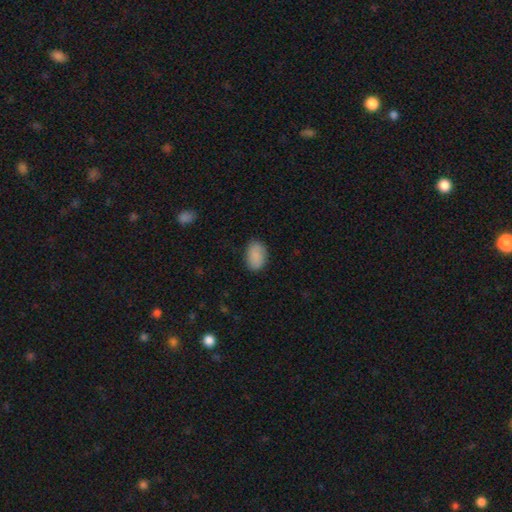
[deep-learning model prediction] smooth_or_featured: smooth (p=0.88) [alt: star or artifact p=0.07]
how_rounded: in between (p=0.88) [alt: round p=0.11]
merging: none (p=0.84) [alt: minor disturbance p=0.12]